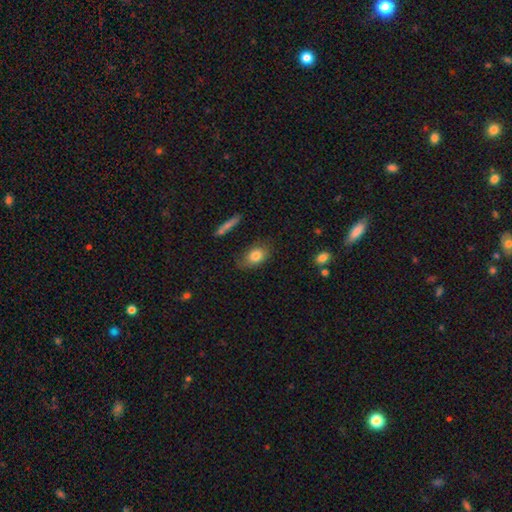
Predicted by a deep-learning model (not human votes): Overall: smooth (80%). How rounded: in between (80%). Merging: none (72%).